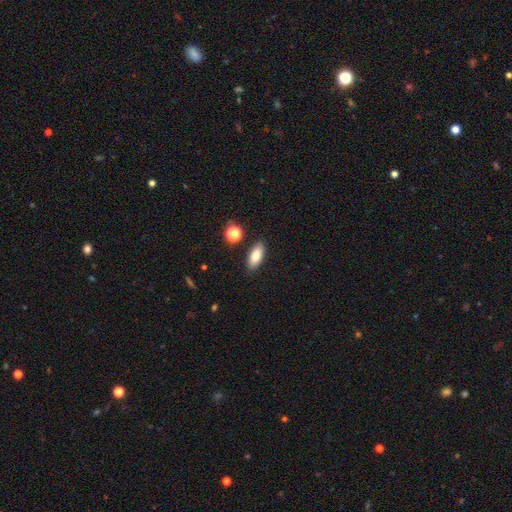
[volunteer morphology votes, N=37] smooth_or_featured: smooth (p=0.84) [alt: featured or disk p=0.11]
how_rounded: in between (p=0.77) [alt: cigar-shaped p=0.23]
merging: none (p=0.77) [alt: minor disturbance p=0.17]